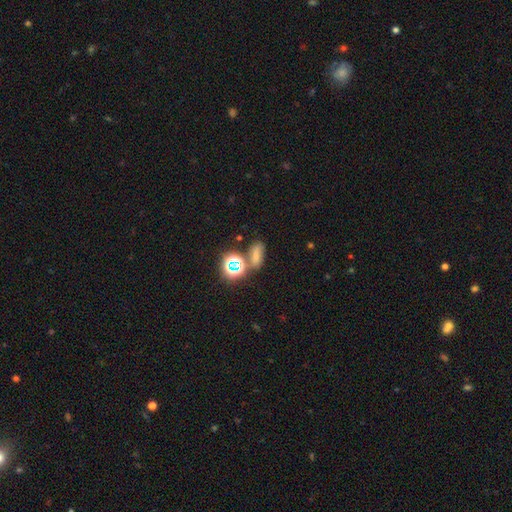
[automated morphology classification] This is possibly a smooth galaxy (57%). How rounded: likely in between (74%). Merging: possibly none (57%).